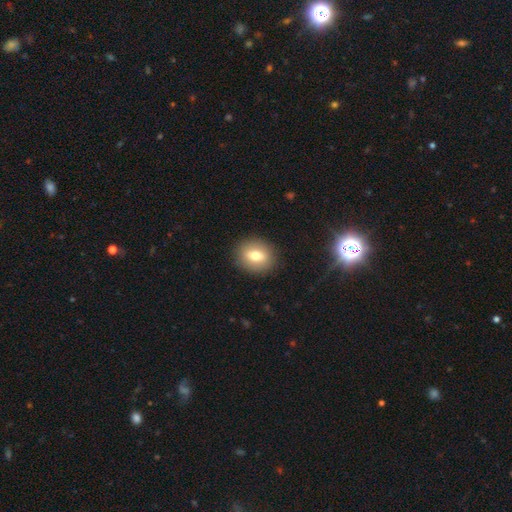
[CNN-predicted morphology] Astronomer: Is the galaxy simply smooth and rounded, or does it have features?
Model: smooth — 71%.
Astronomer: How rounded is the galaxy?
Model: round — 53% (runner-up: in between, 46%).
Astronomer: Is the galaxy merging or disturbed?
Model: none — 89%.